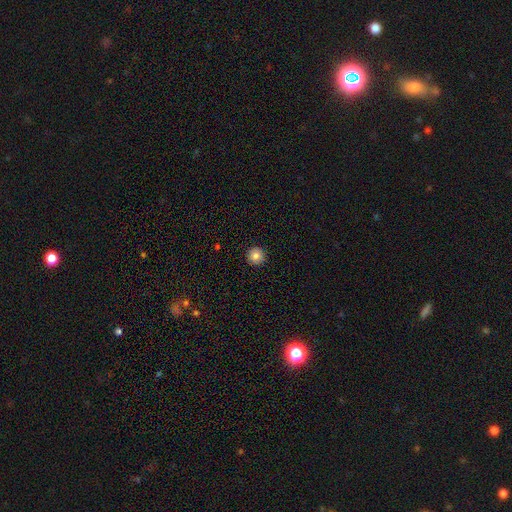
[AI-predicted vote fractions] Q: Smooth or featured?
A: smooth (82%); runner-up: star or artifact (9%)
Q: How rounded?
A: round (96%); runner-up: in between (3%)
Q: Merging?
A: none (93%); runner-up: minor disturbance (5%)